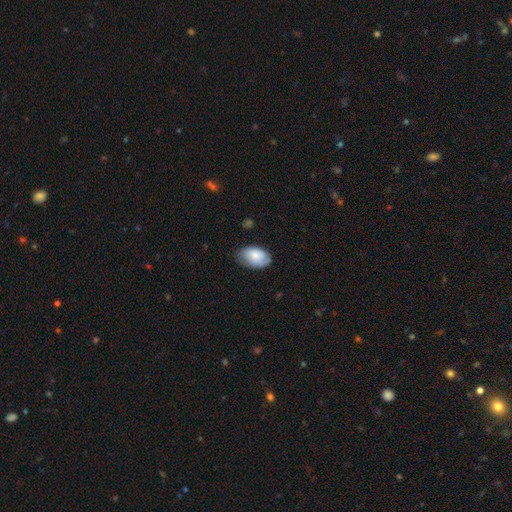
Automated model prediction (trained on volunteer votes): Smooth or featured: smooth — 79% (featured or disk — 14%)
How rounded: in between — 92% (round — 7%)
Merging: none — 66% (minor disturbance — 28%)